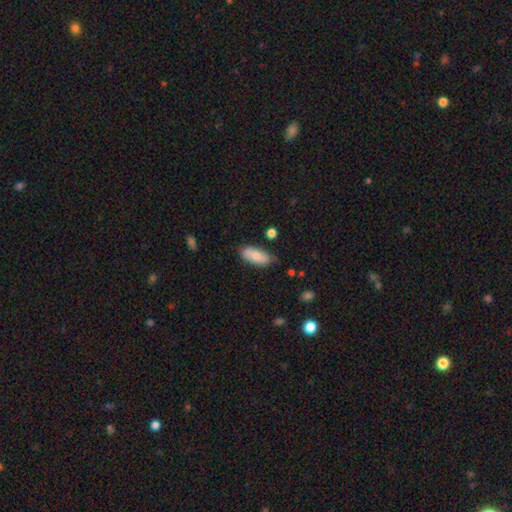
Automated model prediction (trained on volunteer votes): A smooth galaxy with no disk features (78%) that is in between round and cigar-shaped (87%).

Vote fractions:
- Smooth or featured? smooth: 78% / featured or disk: 16% / star or artifact: 6%
- How rounded? in between: 87% / cigar-shaped: 11% / round: 2%
- Merging? none: 73% / minor disturbance: 21% / major disturbance: 4% / merger: 2%